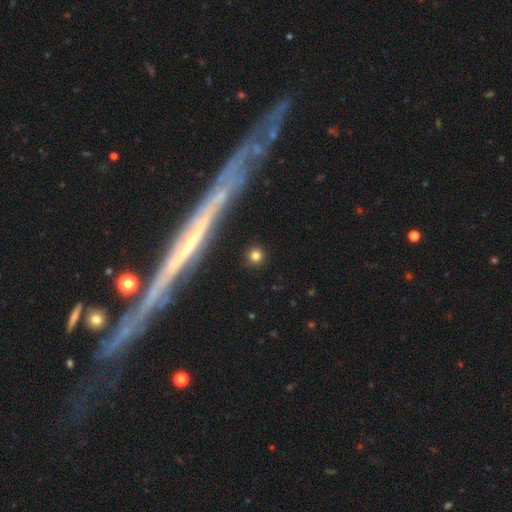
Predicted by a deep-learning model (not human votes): Overall: smooth (78%). How rounded: round (93%). Merging: none (90%).